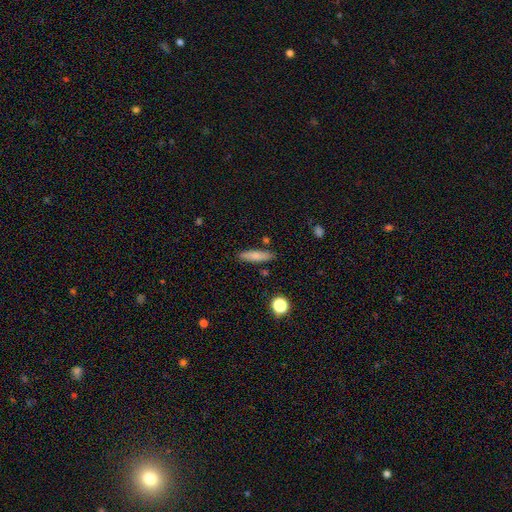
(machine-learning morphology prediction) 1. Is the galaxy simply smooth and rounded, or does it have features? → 76% smooth, 16% featured or disk, 8% star or artifact.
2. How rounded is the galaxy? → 72% cigar-shaped, 25% in between, 2% round.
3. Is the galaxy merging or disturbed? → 85% none, 10% minor disturbance, 3% merger, 2% major disturbance.